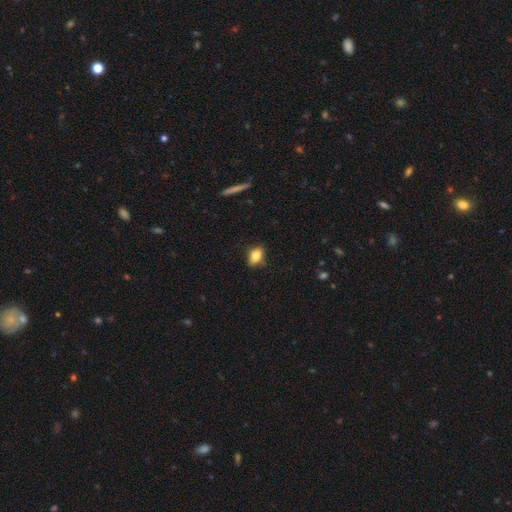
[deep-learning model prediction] smooth-or-featured: smooth: 83% | star or artifact: 9% | featured or disk: 8%
  how-rounded: in between: 77% | round: 21% | cigar-shaped: 3%
  merging: none: 78% | minor disturbance: 18% | major disturbance: 3% | merger: 1%